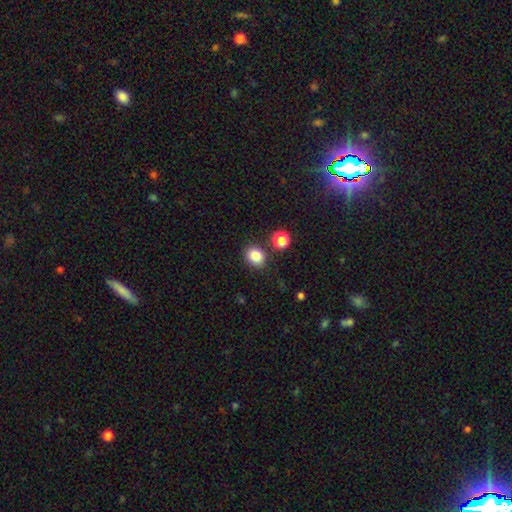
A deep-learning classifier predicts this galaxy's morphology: Smooth or featured?
  - smooth: 84% *
  - star or artifact: 11%
  - featured or disk: 5%
How rounded?
  - round: 62% *
  - in between: 37%
  - cigar-shaped: 1%
Merging?
  - none: 82% *
  - minor disturbance: 9%
  - merger: 6%
  - major disturbance: 3%